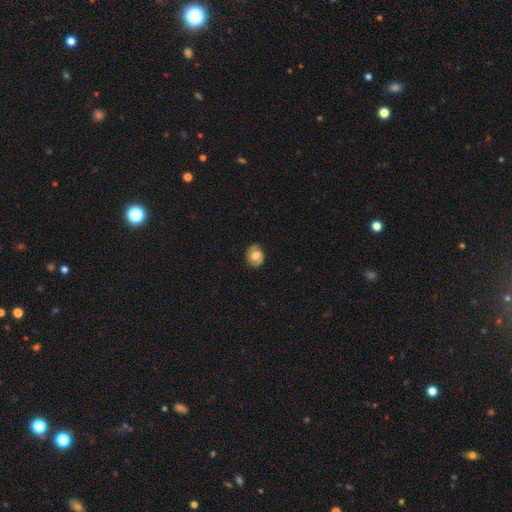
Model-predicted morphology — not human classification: A smooth galaxy with no disk features (47%). Merging: none (82%).